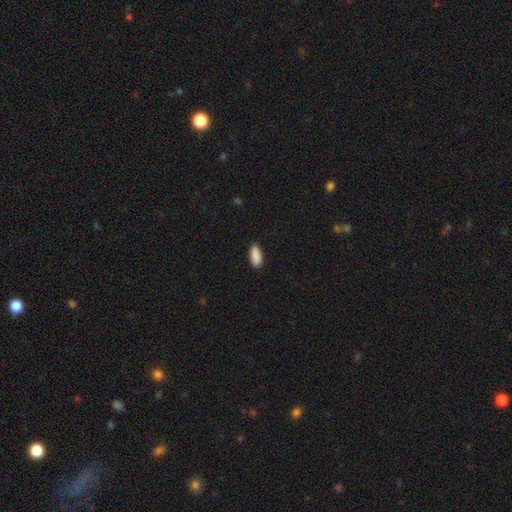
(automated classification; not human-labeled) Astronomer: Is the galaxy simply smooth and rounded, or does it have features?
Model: smooth — 90%.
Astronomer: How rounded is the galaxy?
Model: in between — 75%.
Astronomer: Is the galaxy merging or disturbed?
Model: none — 88%.